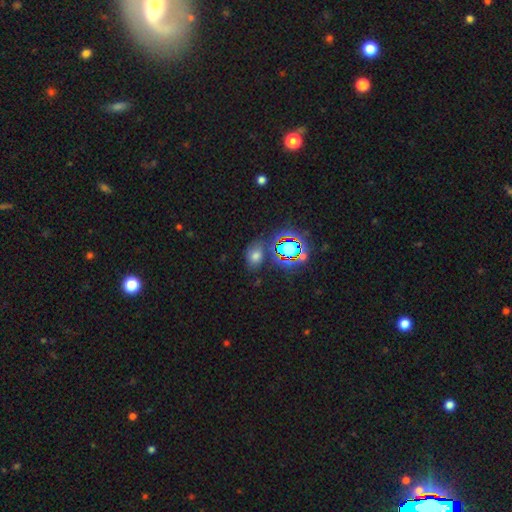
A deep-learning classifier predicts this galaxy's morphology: Smooth or featured? Predicted: smooth (p=0.59). How rounded? Predicted: in between (p=0.66). Merging? Predicted: none (p=0.69).